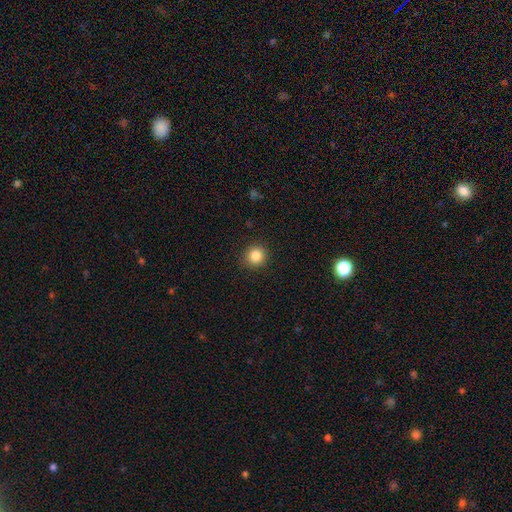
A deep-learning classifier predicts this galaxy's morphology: Smooth or featured: smooth — 85% (star or artifact — 11%)
How rounded: round — 90% (in between — 9%)
Merging: none — 91% (minor disturbance — 6%)